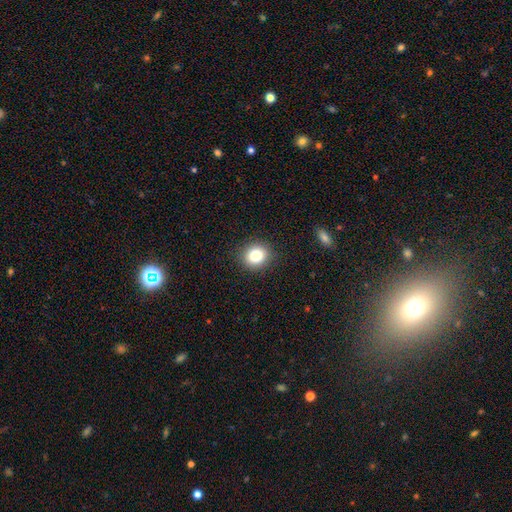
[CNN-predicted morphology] Smooth or featured? Predicted: smooth (p=0.83). How rounded? Predicted: round (p=0.77). Merging? Predicted: none (p=0.89).